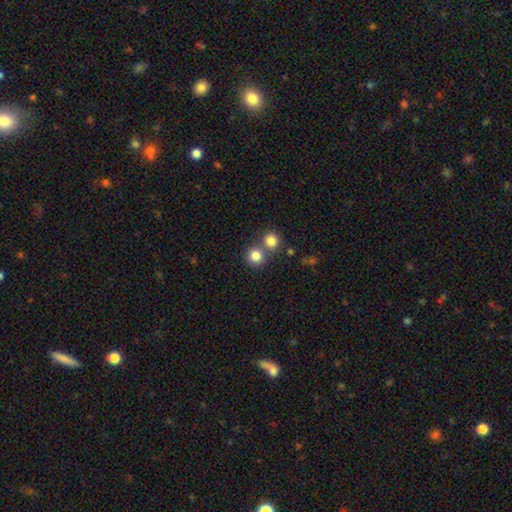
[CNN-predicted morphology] Smooth or featured? smooth (82%)
How rounded? round (91%)
Merging? none (61%)